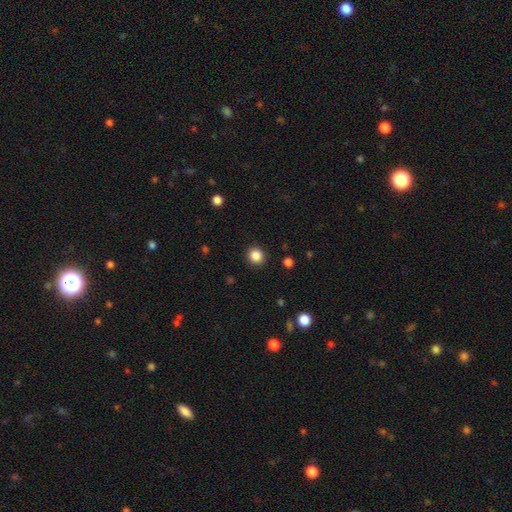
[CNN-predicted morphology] Overall: smooth (86%). How rounded: round (90%). Merging: none (92%).